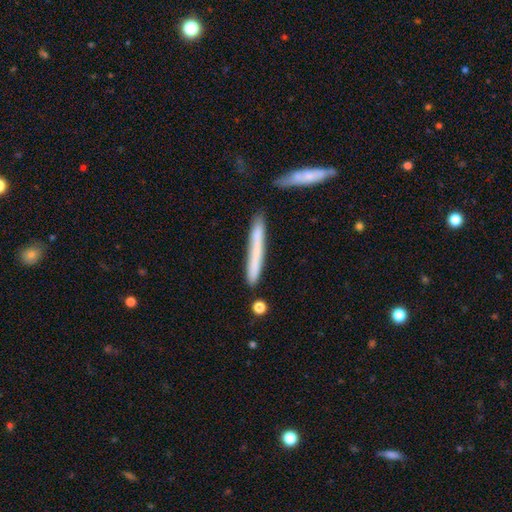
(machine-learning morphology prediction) Smooth or featured?
  - smooth: 63% *
  - featured or disk: 30%
  - star or artifact: 6%
How rounded?
  - cigar-shaped: 96% *
  - in between: 3%
  - round: 1%
Merging?
  - none: 79% *
  - minor disturbance: 13%
  - merger: 6%
  - major disturbance: 2%